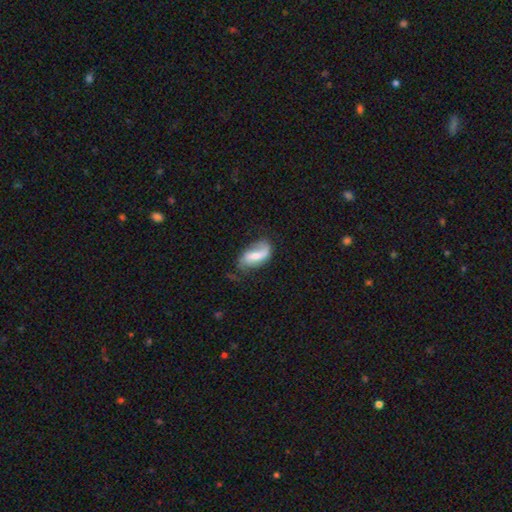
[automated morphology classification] Overall: featured or disk (54%; smooth 39%). Edge-on disk: no (93%). Bar: weak (42%; no 30%). Spiral arms: yes (81%). Bulge size: moderate (47%; small 34%). Merging: none (50%; minor disturbance 30%).